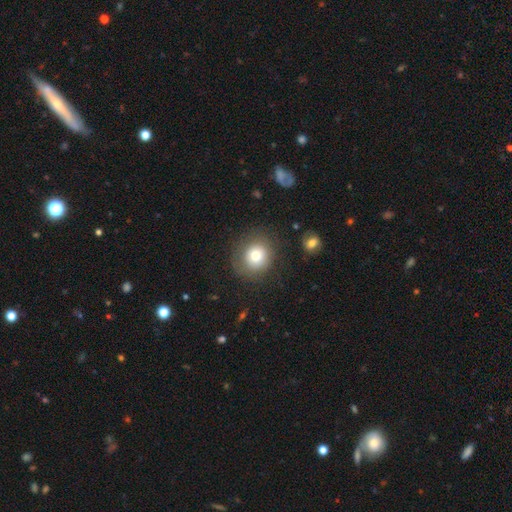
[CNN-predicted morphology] Smooth or featured? smooth (77%)
How rounded? round (86%)
Merging? none (80%)